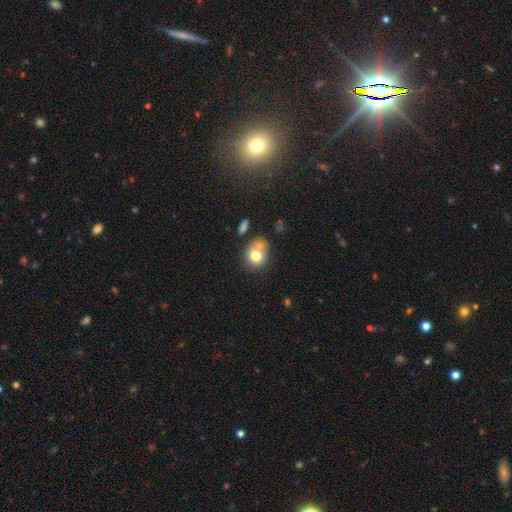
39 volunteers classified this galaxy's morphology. Smooth or featured: smooth — 74% (featured or disk — 18%)
How rounded: round — 83% (in between — 17%)
Merging: merger — 53% (none — 39%)